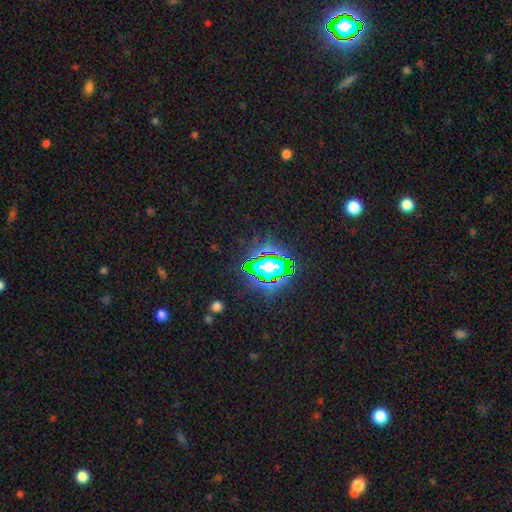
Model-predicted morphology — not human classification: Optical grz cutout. It shows a star or artifact, not a galaxy (82%).